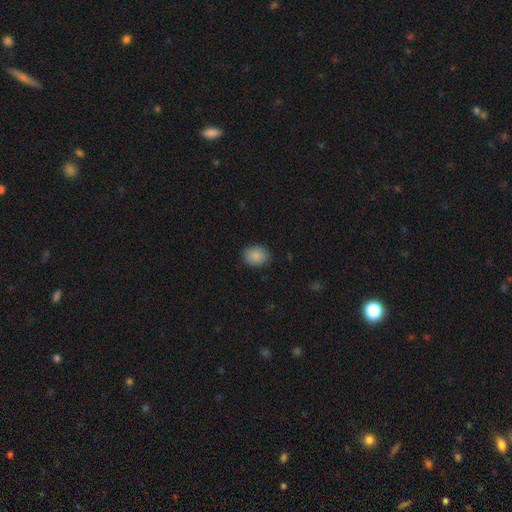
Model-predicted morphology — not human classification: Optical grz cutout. It shows a smooth galaxy with no disk features (88%) that is round (53%). Merging: none (85%).